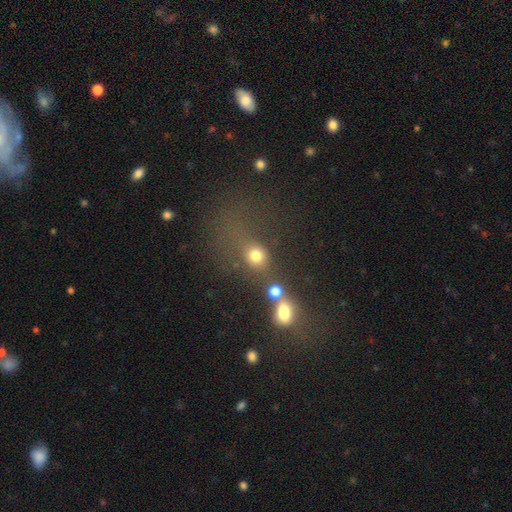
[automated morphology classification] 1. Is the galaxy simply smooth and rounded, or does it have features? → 72% smooth, 17% star or artifact, 11% featured or disk.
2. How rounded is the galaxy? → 66% round, 30% in between, 4% cigar-shaped.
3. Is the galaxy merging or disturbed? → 40% none, 33% merger, 15% major disturbance, 12% minor disturbance.